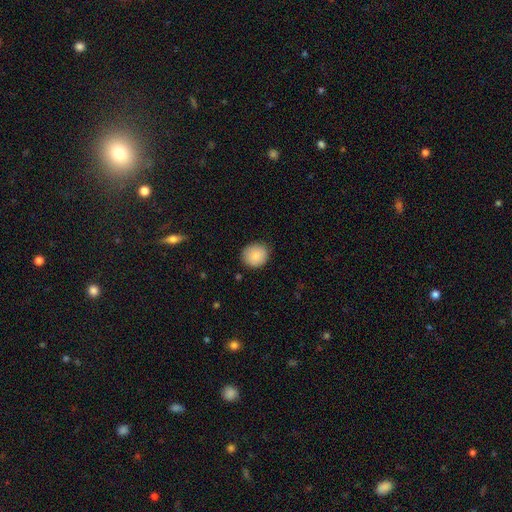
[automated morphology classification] smooth-or-featured: smooth: 86% | star or artifact: 8% | featured or disk: 6%
  how-rounded: round: 82% | in between: 17% | cigar-shaped: 1%
  merging: none: 84% | minor disturbance: 13% | major disturbance: 2% | merger: 1%